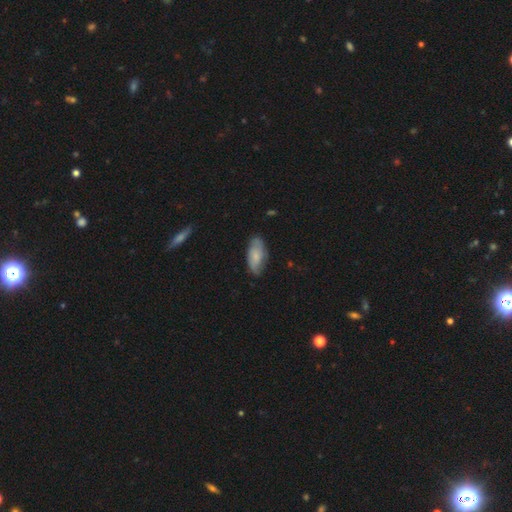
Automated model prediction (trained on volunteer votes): The model was most divided on "smooth or featured": smooth: 56%, featured or disk: 37%, star or artifact: 7%. More confident: how rounded — in between (90%); merging — none (74%).